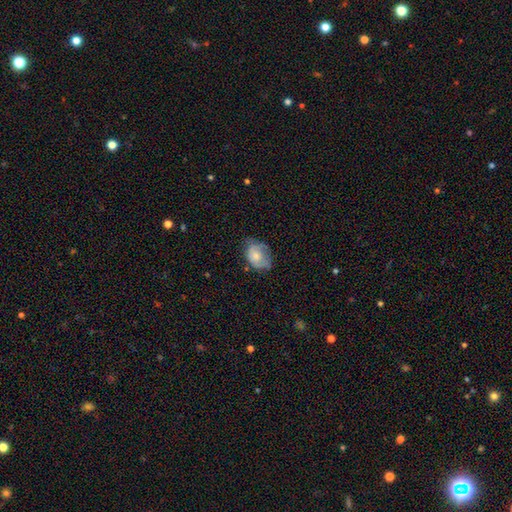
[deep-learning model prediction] This is likely a smooth galaxy (62%). How rounded: likely in between (70%). Merging: possibly none (46%).